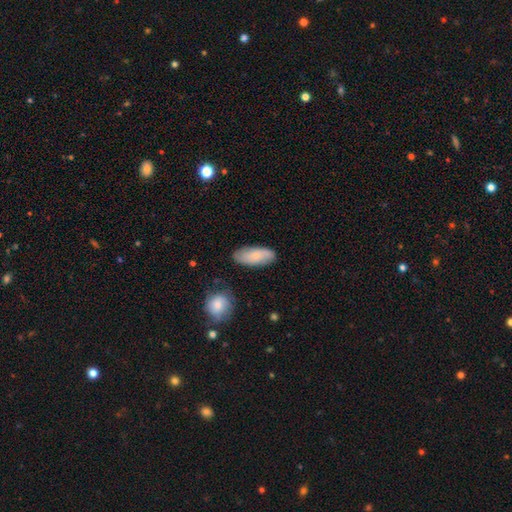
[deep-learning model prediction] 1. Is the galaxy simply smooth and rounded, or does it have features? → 77% smooth, 16% featured or disk, 6% star or artifact.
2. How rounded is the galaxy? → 82% in between, 15% cigar-shaped, 2% round.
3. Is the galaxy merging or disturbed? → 80% none, 15% minor disturbance, 3% major disturbance, 3% merger.